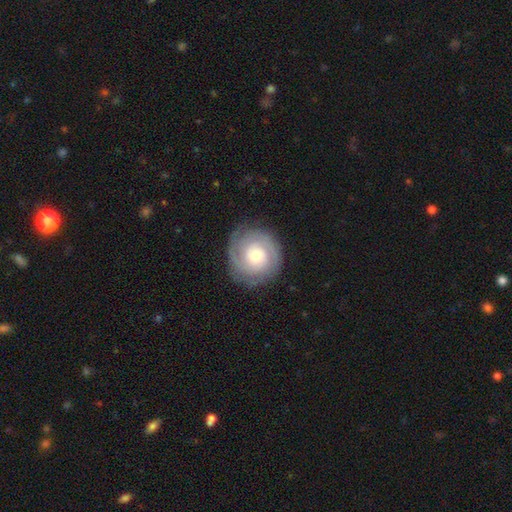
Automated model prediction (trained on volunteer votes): A featured or disk galaxy (72%) with no bar (79%), 2 (38%) tight (74%) spiral arms (91%) and a moderate central bulge (52%). Merging: none (84%).